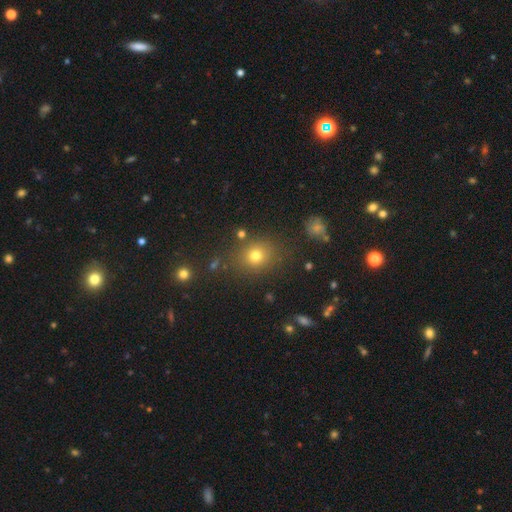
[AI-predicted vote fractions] Smooth or featured?
  - smooth: 74% *
  - star or artifact: 18%
  - featured or disk: 8%
How rounded?
  - round: 76% *
  - in between: 23%
  - cigar-shaped: 1%
Merging?
  - none: 81% *
  - minor disturbance: 10%
  - merger: 5%
  - major disturbance: 4%